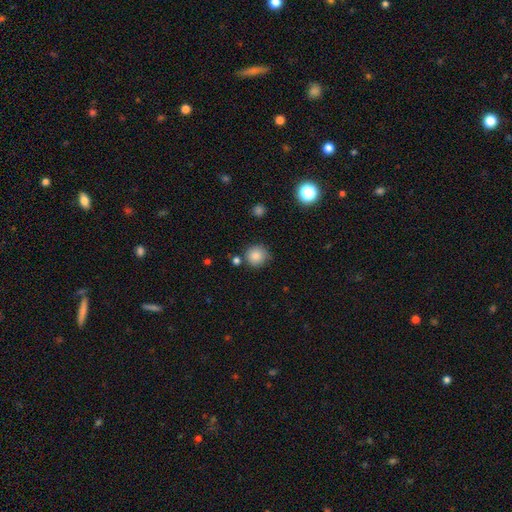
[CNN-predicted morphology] This appears to be a smooth galaxy with no disk features (85%) that is round (92%). Merging: none (78%).